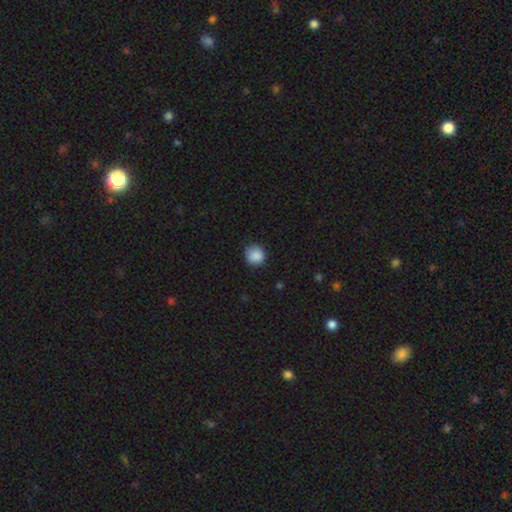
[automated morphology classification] smooth-or-featured: smooth: 87% | star or artifact: 9% | featured or disk: 4%
  how-rounded: round: 89% | in between: 10% | cigar-shaped: 1%
  merging: none: 80% | minor disturbance: 16% | major disturbance: 3% | merger: 1%